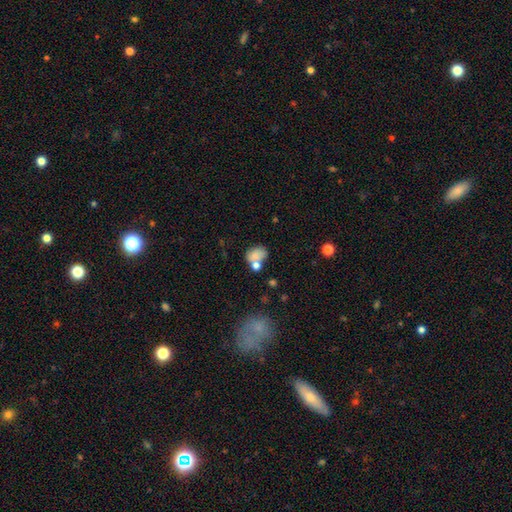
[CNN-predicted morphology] Q: Smooth or featured?
A: smooth (72%); runner-up: featured or disk (18%)
Q: How rounded?
A: in between (56%); runner-up: round (43%)
Q: Merging?
A: none (39%); runner-up: merger (33%)